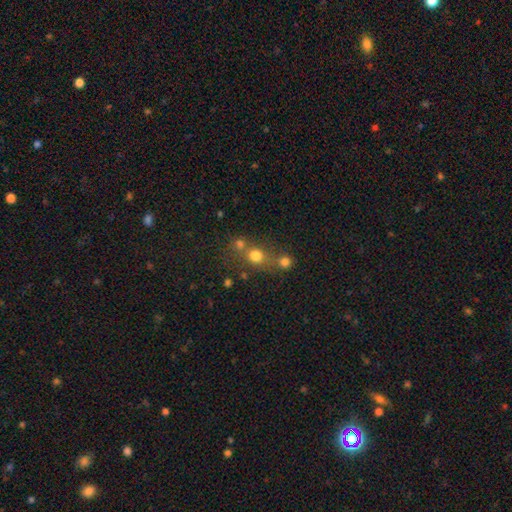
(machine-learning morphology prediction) smooth-or-featured: smooth: 73% | star or artifact: 17% | featured or disk: 11%
  how-rounded: round: 81% | in between: 17% | cigar-shaped: 2%
  merging: none: 49% | merger: 36% | minor disturbance: 9% | major disturbance: 6%